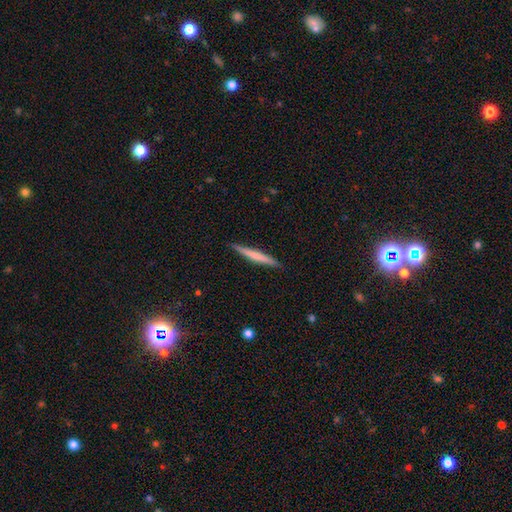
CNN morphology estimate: This appears to be a smooth galaxy with no disk features (55%) that is cigar-shaped (96%). Merging: none (90%).